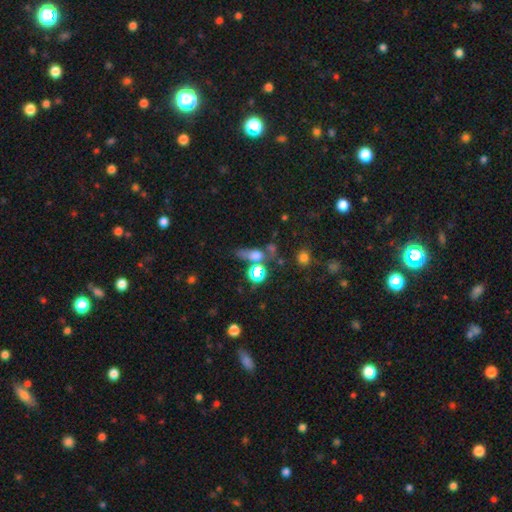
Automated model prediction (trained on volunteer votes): Smooth or featured? smooth (51%)
How rounded? in between (42%)
Merging? none (47%)